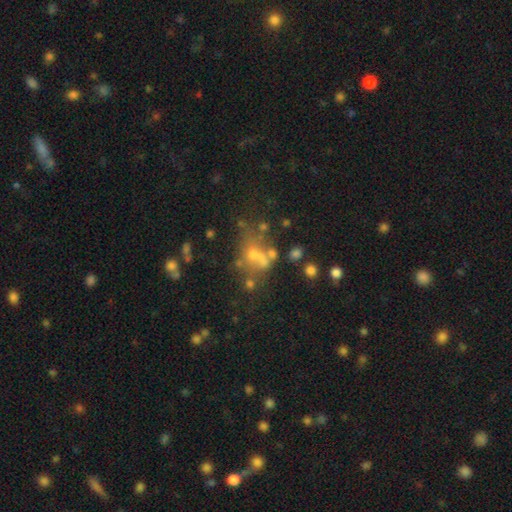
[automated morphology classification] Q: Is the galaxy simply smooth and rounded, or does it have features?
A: smooth — 40%.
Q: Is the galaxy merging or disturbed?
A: merger — 36%.